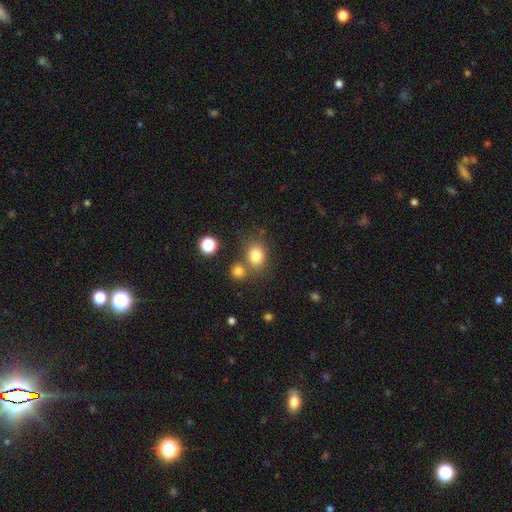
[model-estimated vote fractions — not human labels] smooth-or-featured: smooth: 80% | star or artifact: 12% | featured or disk: 8%
  how-rounded: round: 58% | in between: 41% | cigar-shaped: 1%
  merging: none: 62% | merger: 22% | minor disturbance: 12% | major disturbance: 4%